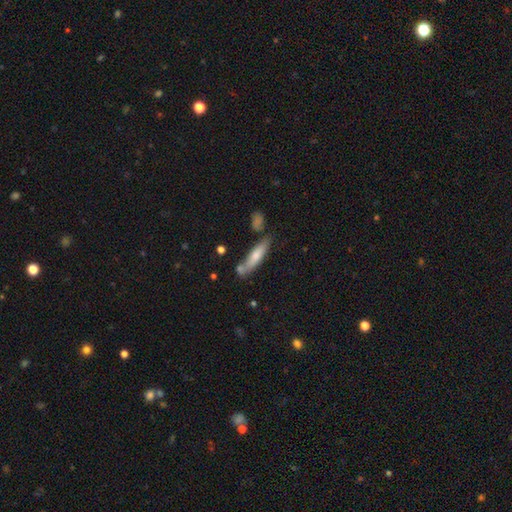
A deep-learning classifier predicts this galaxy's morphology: Smooth or featured? Predicted: smooth (p=0.67). How rounded? Predicted: cigar-shaped (p=0.76). Merging? Predicted: none (p=0.61).